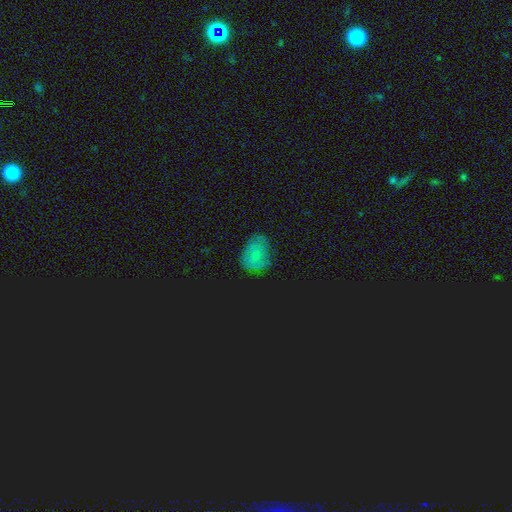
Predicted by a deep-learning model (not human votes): Morphology: type=smooth (47%); merging=none (69%).